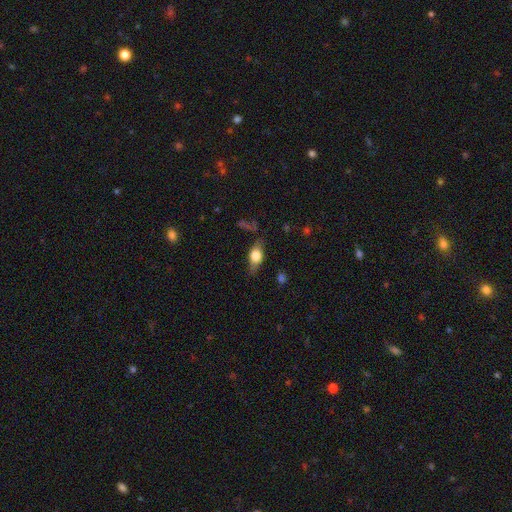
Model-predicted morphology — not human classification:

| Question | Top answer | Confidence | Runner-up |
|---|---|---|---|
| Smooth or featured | smooth | 53% | featured or disk (39%) |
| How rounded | in between | 71% | cigar-shaped (19%) |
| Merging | none | 75% | minor disturbance (17%) |